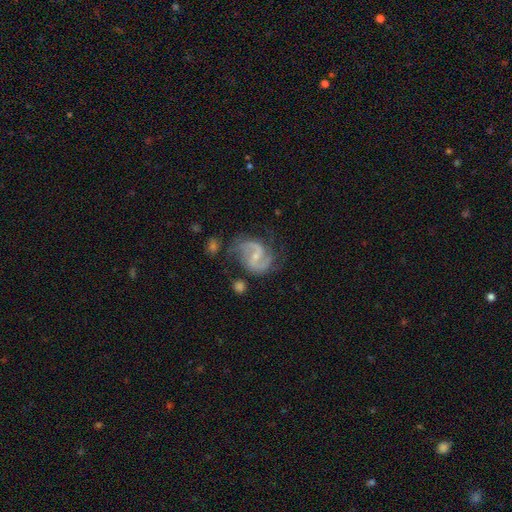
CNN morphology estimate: Q: Smooth or featured?
A: featured or disk (88%); runner-up: smooth (7%)
Q: Edge-on disk?
A: no (98%); runner-up: yes (2%)
Q: Bar?
A: weak (52%); runner-up: no (24%)
Q: Spiral arms?
A: yes (96%); runner-up: no (4%)
Q: Spiral winding?
A: medium (55%); runner-up: loose (30%)
Q: Spiral arm count?
A: 2 (90%); runner-up: can't tell (4%)
Q: Bulge size?
A: small (64%); runner-up: moderate (29%)
Q: Merging?
A: none (64%); runner-up: minor disturbance (21%)